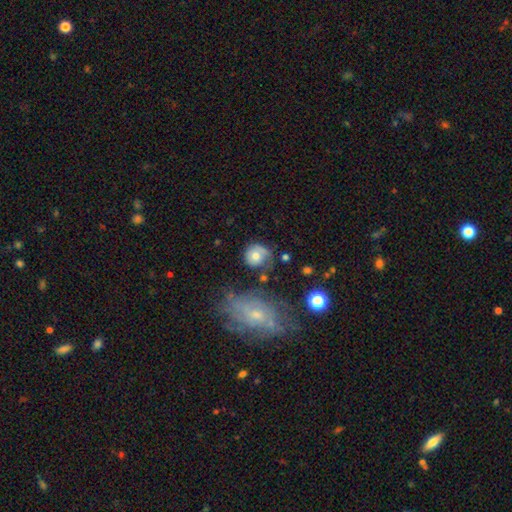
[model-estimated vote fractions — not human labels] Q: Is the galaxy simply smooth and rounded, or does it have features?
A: smooth — 63%.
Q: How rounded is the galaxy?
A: round — 81%.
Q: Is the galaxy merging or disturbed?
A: none — 49%.